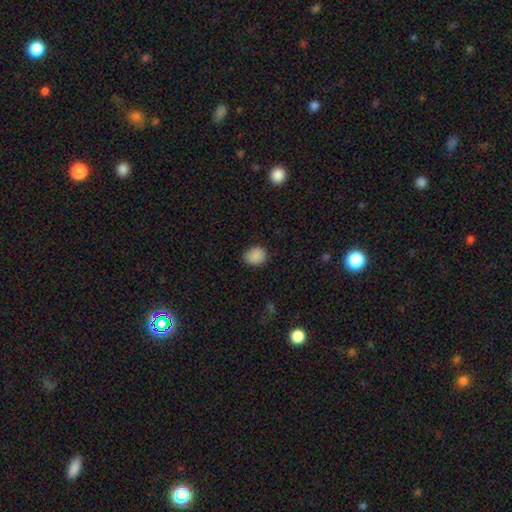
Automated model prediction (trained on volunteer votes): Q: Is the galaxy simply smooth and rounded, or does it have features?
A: smooth — 88%.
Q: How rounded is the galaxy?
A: round — 50%.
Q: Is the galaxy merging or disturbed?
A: none — 83%.